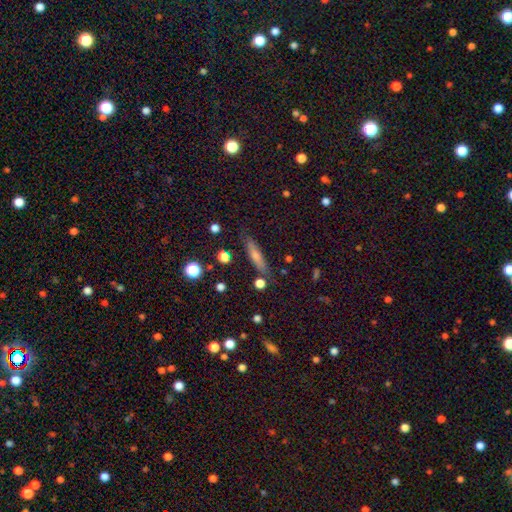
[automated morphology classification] This is possibly a smooth galaxy (53%). How rounded: likely cigar-shaped (80%). Merging: clearly none (82%).